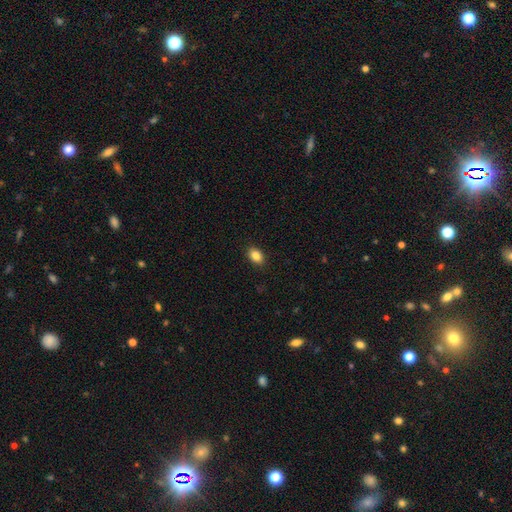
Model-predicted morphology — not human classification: This is clearly a smooth galaxy (86%). How rounded: clearly in between (86%). Merging: clearly none (89%).